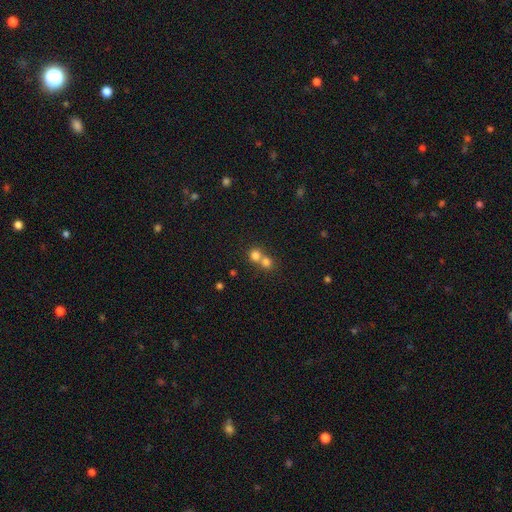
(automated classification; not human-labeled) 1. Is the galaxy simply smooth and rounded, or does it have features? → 77% smooth, 13% star or artifact, 10% featured or disk.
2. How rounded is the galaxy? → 86% round, 13% in between, 1% cigar-shaped.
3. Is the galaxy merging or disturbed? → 57% merger, 37% none, 4% minor disturbance, 2% major disturbance.